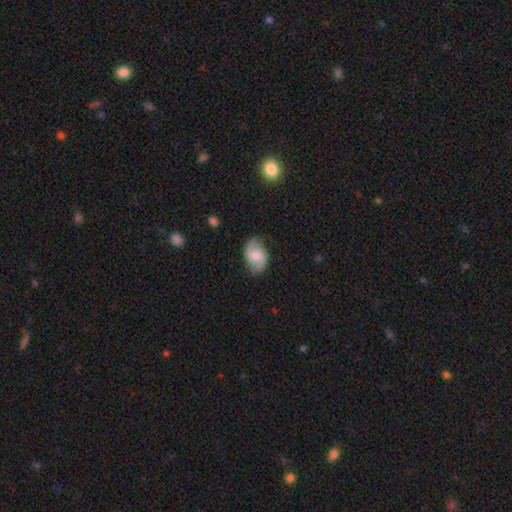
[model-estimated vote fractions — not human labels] Overall: featured or disk (54%; smooth 40%). Edge-on disk: no (96%). Bar: no (52%; weak 41%). Spiral arms: yes (86%). Bulge size: moderate (62%; small 23%). Merging: none (79%).